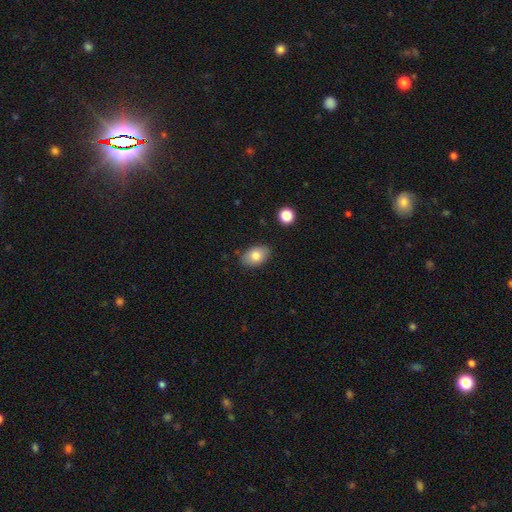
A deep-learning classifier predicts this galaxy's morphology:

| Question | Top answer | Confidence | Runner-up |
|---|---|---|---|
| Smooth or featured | smooth | 79% | featured or disk (13%) |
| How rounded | in between | 88% | round (11%) |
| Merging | none | 84% | minor disturbance (12%) |